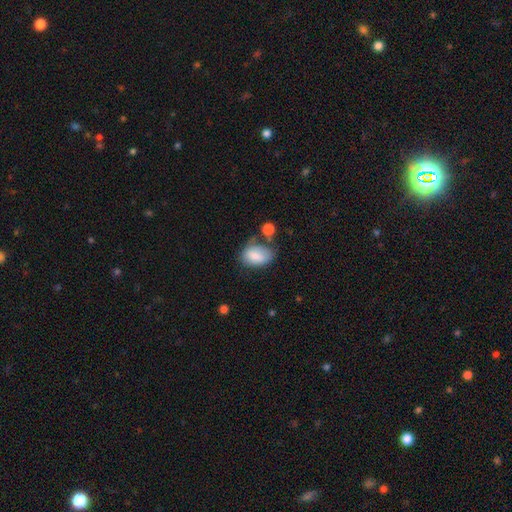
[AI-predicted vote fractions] Smooth or featured?
  - smooth: 79% *
  - featured or disk: 13%
  - star or artifact: 8%
How rounded?
  - in between: 87% *
  - round: 12%
  - cigar-shaped: 1%
Merging?
  - none: 44% *
  - minor disturbance: 30%
  - major disturbance: 14%
  - merger: 12%